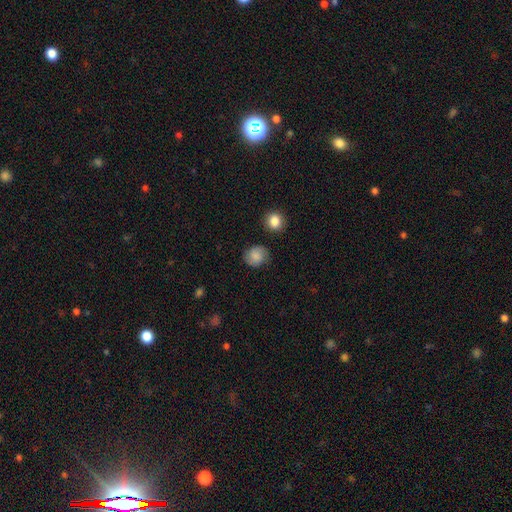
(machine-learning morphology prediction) This appears to be a smooth galaxy with no disk features (74%) that is round (75%). Merging: none (78%).